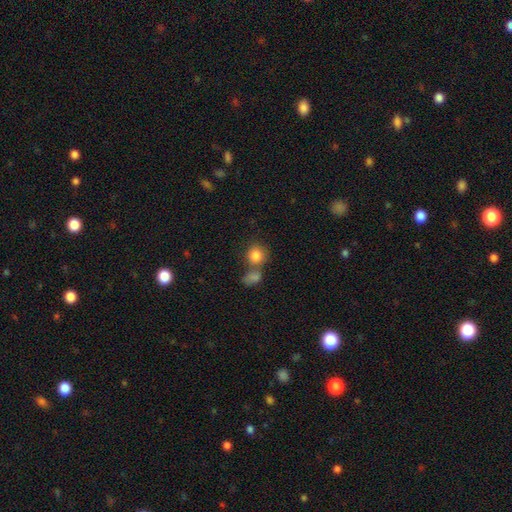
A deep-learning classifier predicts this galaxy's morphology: Overall: smooth (83%). How rounded: round (81%). Merging: none (48%; merger 39%).